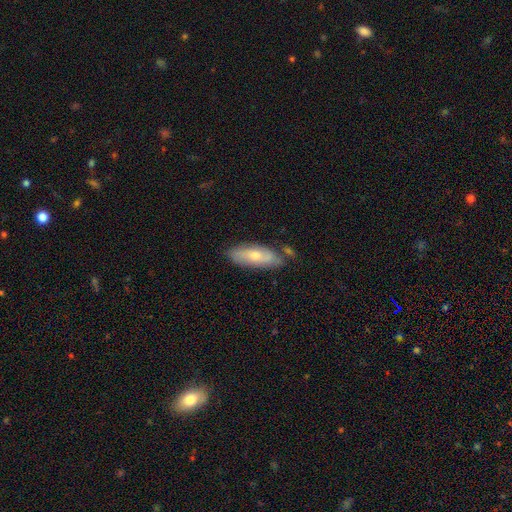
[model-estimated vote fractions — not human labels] smooth 62%, featured or disk 32%, star or artifact 6%. Down the decision tree: how rounded — in between (65%); merging — none (68%).